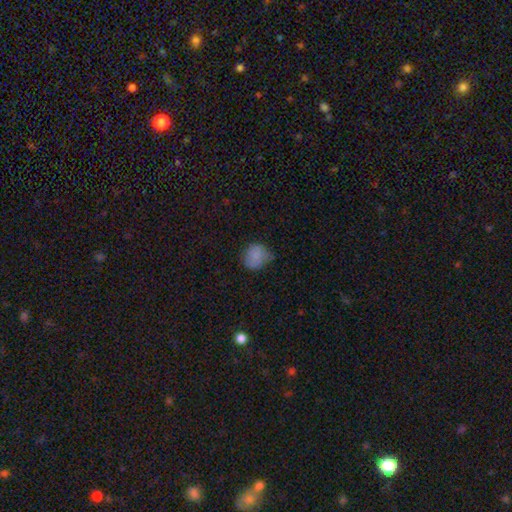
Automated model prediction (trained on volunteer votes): Morphology: type=smooth (77%); roundness=round (72%); merging=none (52%).